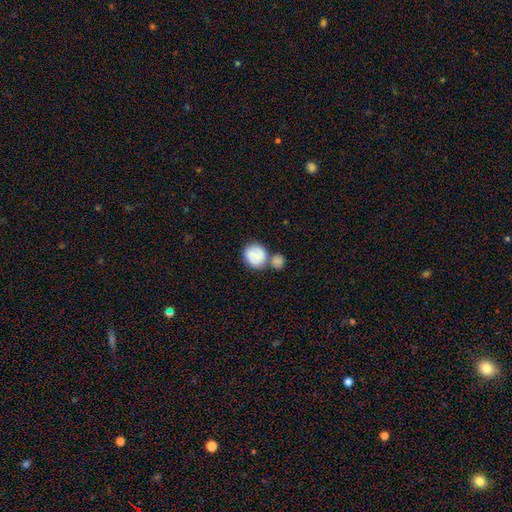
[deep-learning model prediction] This appears to be a smooth galaxy with no disk features (76%) that is round (80%). Merging: merger (45%).